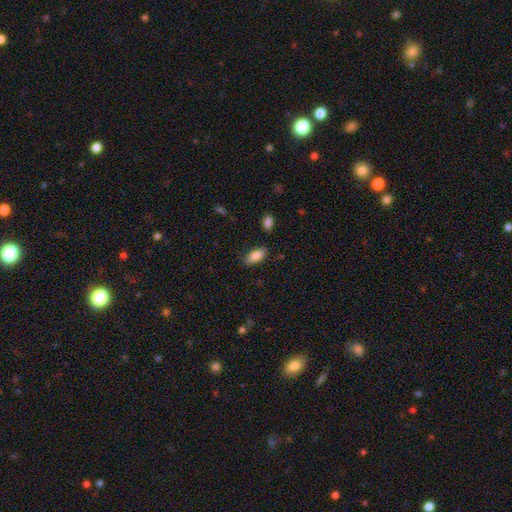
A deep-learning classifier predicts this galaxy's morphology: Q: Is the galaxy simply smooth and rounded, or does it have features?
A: smooth — 85%.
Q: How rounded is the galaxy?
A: in between — 85%.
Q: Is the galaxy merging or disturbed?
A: none — 82%.